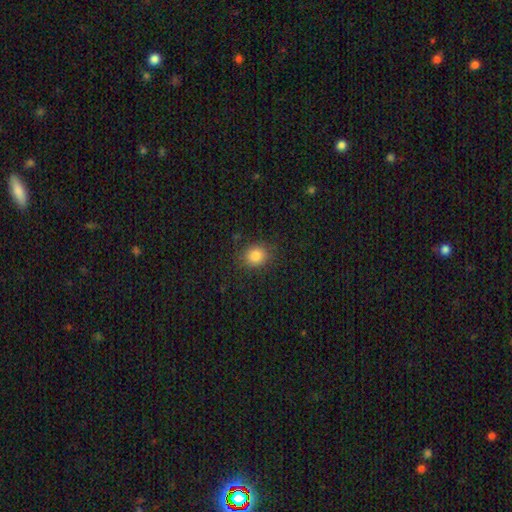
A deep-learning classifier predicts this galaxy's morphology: Overall: smooth (84%). How rounded: round (74%). Merging: none (86%).